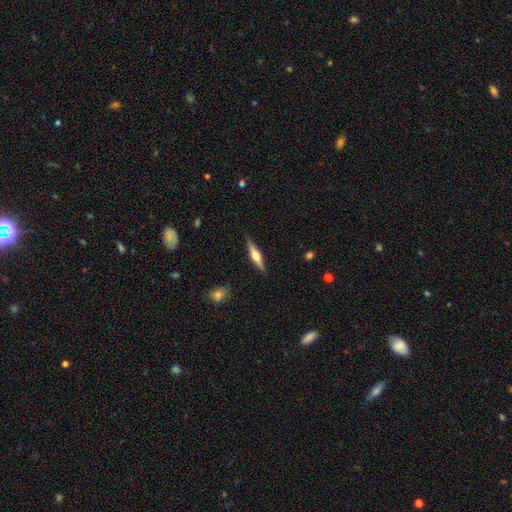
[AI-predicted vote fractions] Overall: featured or disk (66%; smooth 28%). Edge-on disk: yes (97%). Edge-on bulge: rounded (91%). Merging: none (89%).